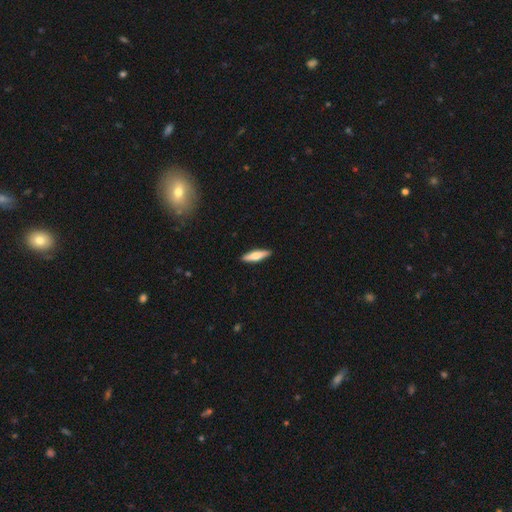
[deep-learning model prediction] Overall: smooth (54%; featured or disk 40%). How rounded: cigar-shaped (72%). Merging: none (90%).